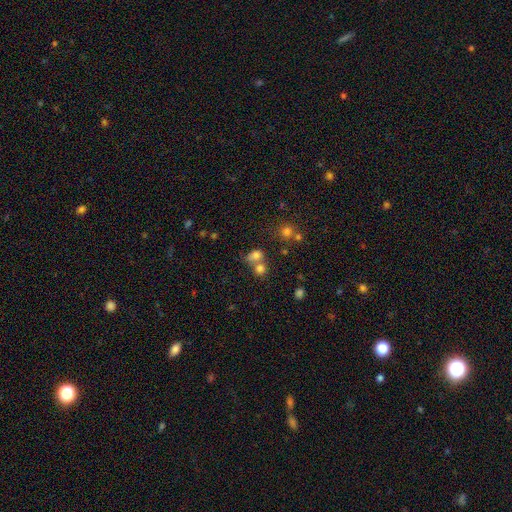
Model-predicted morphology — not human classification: smooth 73%, star or artifact 16%, featured or disk 11%. Down the decision tree: how rounded — in between (50%); merging — merger (49%).